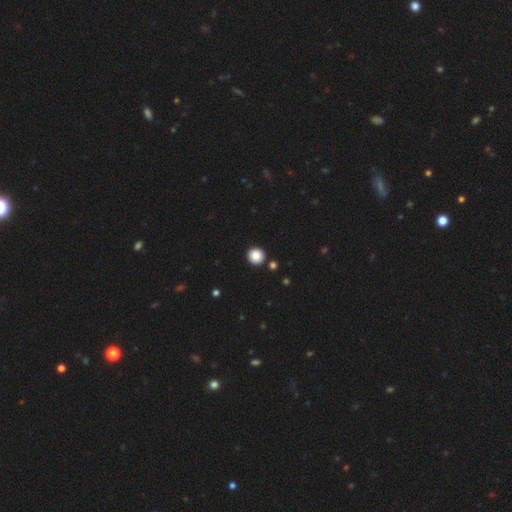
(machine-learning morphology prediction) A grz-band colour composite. It shows a smooth galaxy with no disk features (86%) that is round (94%). Merging: none (91%).